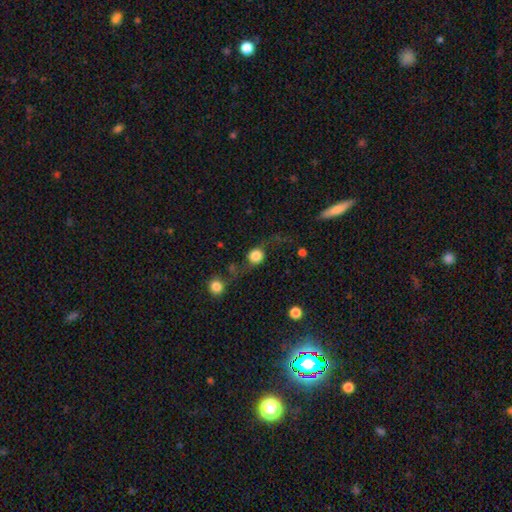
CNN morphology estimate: smooth 70%, featured or disk 19%, star or artifact 11%. Down the decision tree: how rounded — round (86%); merging — none (50%).